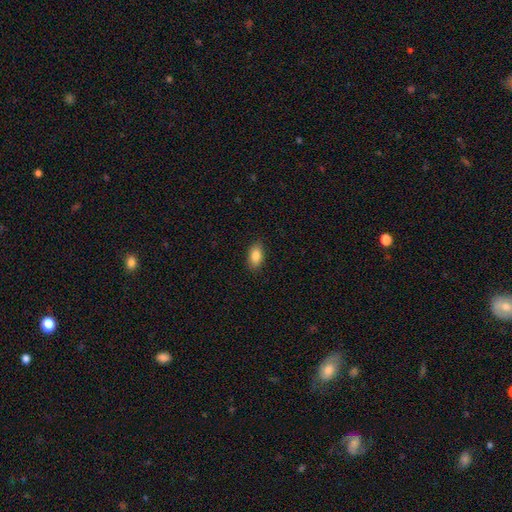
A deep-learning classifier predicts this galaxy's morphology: smooth-or-featured: smooth: 86% | star or artifact: 8% | featured or disk: 6%
  how-rounded: in between: 90% | round: 7% | cigar-shaped: 3%
  merging: none: 87% | minor disturbance: 10% | major disturbance: 2% | merger: 1%